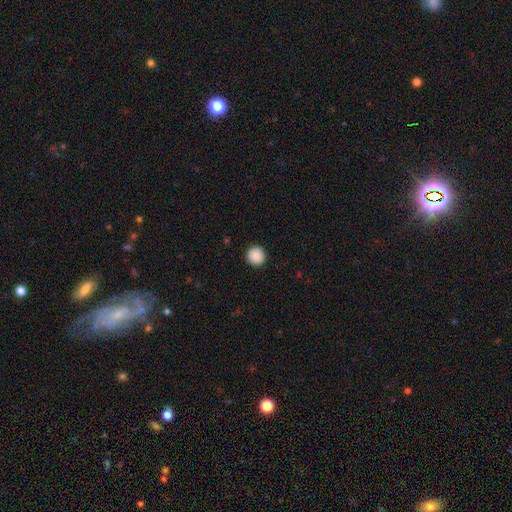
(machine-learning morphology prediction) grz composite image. It shows a smooth galaxy with no disk features (89%) that is round (94%). Merging: none (93%).